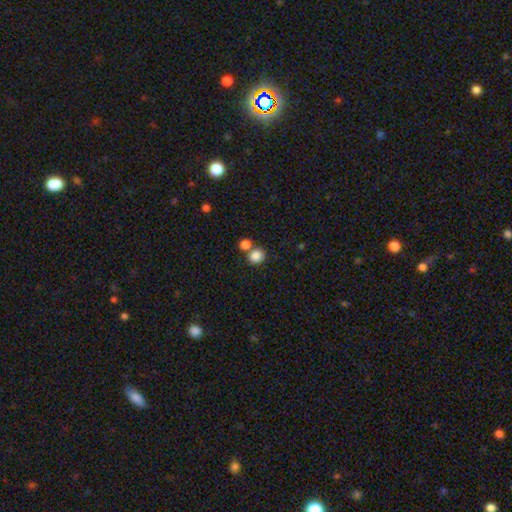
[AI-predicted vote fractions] A smooth galaxy with no disk features (85%) that is round (79%).

Vote fractions:
- Smooth or featured? smooth: 85% / star or artifact: 10% / featured or disk: 5%
- How rounded? round: 79% / in between: 20% / cigar-shaped: 1%
- Merging? none: 60% / merger: 29% / minor disturbance: 8% / major disturbance: 3%